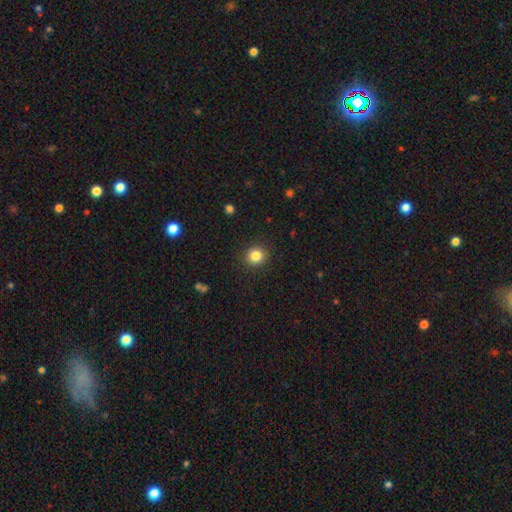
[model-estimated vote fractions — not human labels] Overall: smooth (84%). How rounded: round (90%). Merging: none (91%).